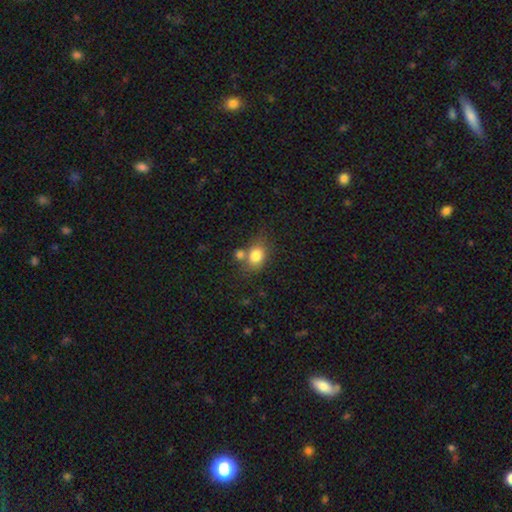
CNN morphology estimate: Smooth or featured?
  - smooth: 81% *
  - featured or disk: 10%
  - star or artifact: 10%
How rounded?
  - in between: 57% *
  - round: 42%
  - cigar-shaped: 1%
Merging?
  - none: 52% *
  - merger: 27%
  - minor disturbance: 16%
  - major disturbance: 5%